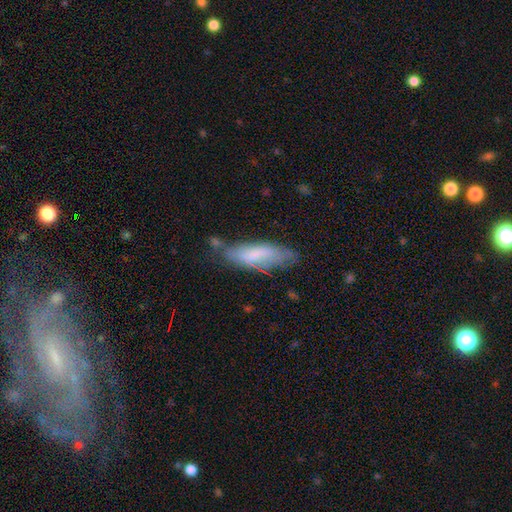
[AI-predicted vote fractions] A smooth galaxy with no disk features (70%) that is cigar-shaped (50%).

Vote fractions:
- Smooth or featured? smooth: 70% / featured or disk: 24% / star or artifact: 7%
- How rounded? cigar-shaped: 50% / in between: 49% / round: 2%
- Merging? none: 54% / minor disturbance: 30% / major disturbance: 9% / merger: 6%